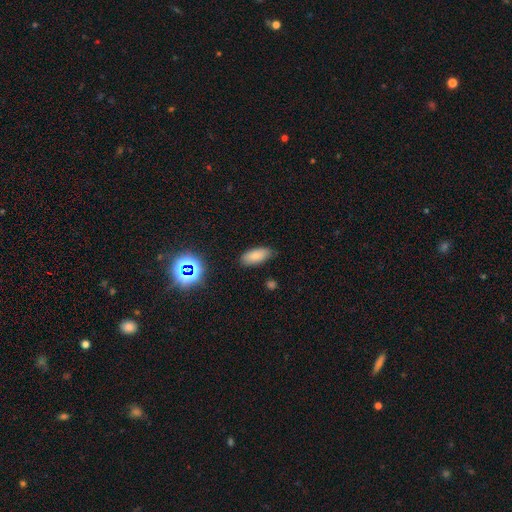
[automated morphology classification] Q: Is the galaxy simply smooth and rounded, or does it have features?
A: smooth — 80%.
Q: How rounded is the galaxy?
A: in between — 86%.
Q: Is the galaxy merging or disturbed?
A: none — 84%.